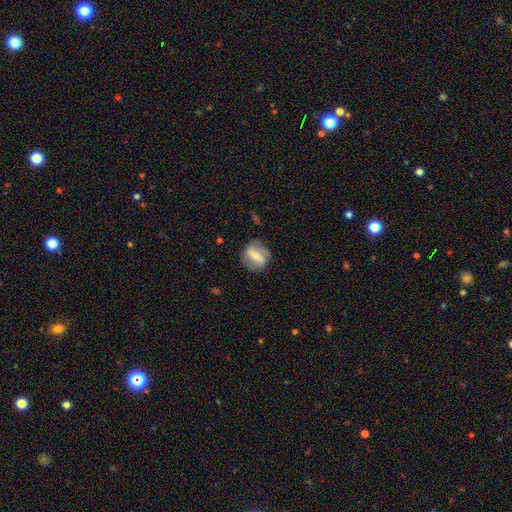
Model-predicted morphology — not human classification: Q: Smooth or featured?
A: featured or disk (57%); runner-up: smooth (36%)
Q: Edge-on disk?
A: no (91%); runner-up: yes (9%)
Q: Bar?
A: strong (52%); runner-up: weak (33%)
Q: Spiral arms?
A: yes (62%); runner-up: no (38%)
Q: Bulge size?
A: moderate (47%); runner-up: small (46%)
Q: Merging?
A: none (77%); runner-up: minor disturbance (16%)